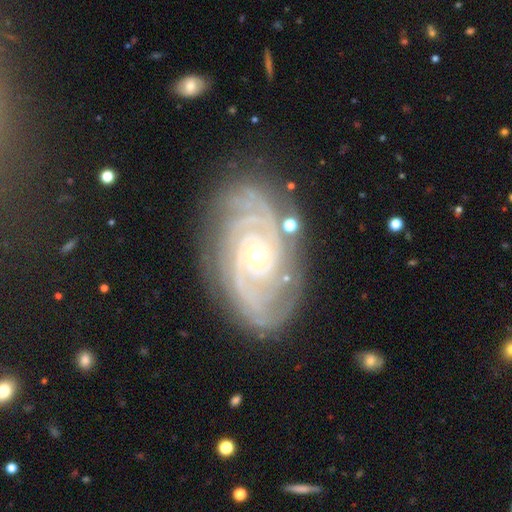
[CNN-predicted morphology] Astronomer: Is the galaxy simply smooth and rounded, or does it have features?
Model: featured or disk — 92%.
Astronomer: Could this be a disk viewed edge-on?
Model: no — 97%.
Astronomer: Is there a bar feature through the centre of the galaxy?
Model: no — 74%.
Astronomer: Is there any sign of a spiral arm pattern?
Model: yes — 98%.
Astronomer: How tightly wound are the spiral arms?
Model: tight — 80%.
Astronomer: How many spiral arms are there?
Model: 2 — 32% (runner-up: 3, 24%).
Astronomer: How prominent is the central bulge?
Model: small — 70%.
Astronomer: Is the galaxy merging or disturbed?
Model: none — 81%.